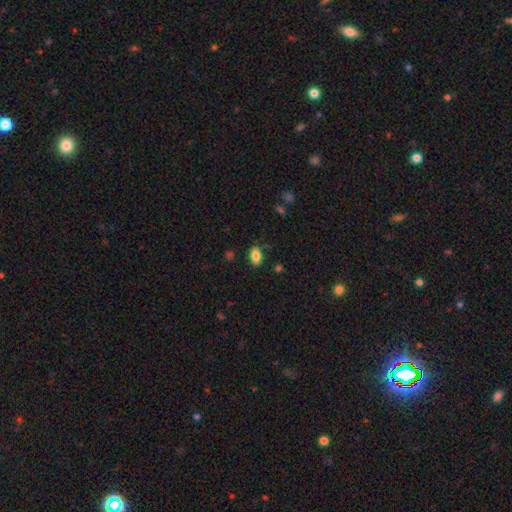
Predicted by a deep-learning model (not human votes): smooth_or_featured: smooth (p=0.85) [alt: star or artifact p=0.09]
how_rounded: in between (p=0.90) [alt: round p=0.07]
merging: none (p=0.83) [alt: minor disturbance p=0.13]